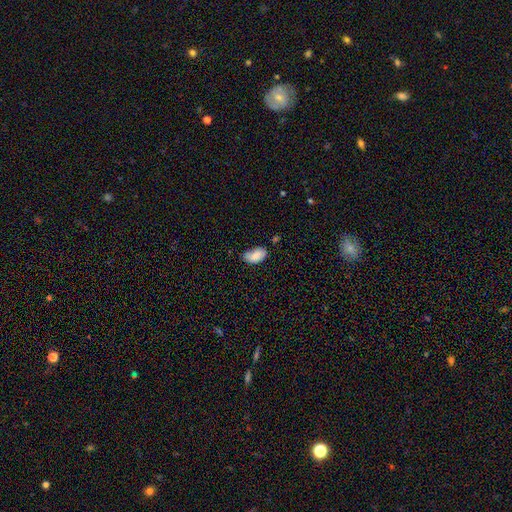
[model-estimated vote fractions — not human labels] Overall: smooth (84%). How rounded: in between (94%). Merging: none (54%; minor disturbance 35%).